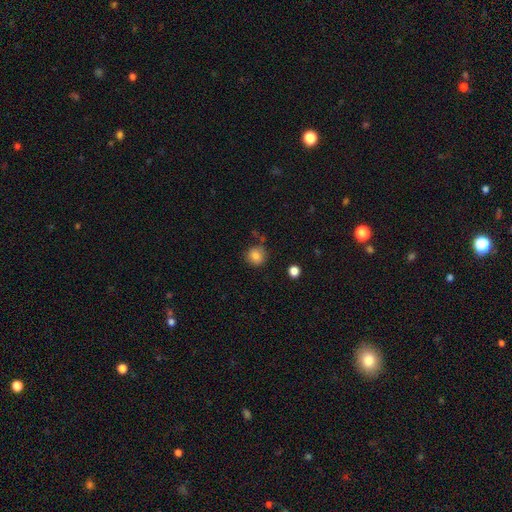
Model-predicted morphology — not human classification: Q: Smooth or featured?
A: smooth (83%); runner-up: star or artifact (10%)
Q: How rounded?
A: round (89%); runner-up: in between (10%)
Q: Merging?
A: none (78%); runner-up: minor disturbance (13%)